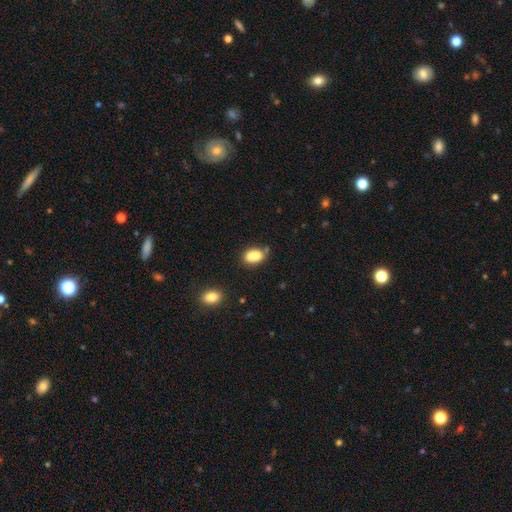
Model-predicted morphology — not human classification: Smooth or featured: smooth — 81% (star or artifact — 9%)
How rounded: in between — 77% (round — 21%)
Merging: none — 53% (merger — 23%)